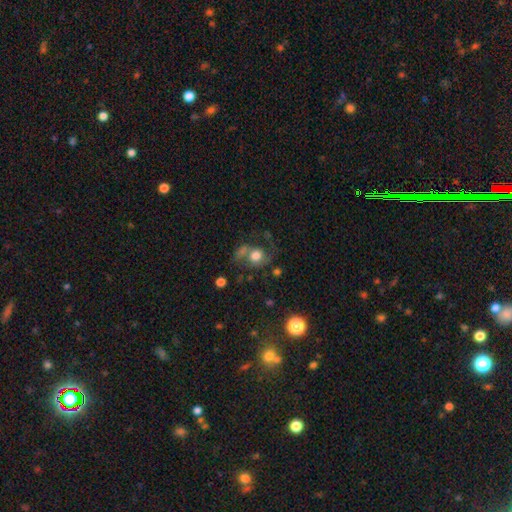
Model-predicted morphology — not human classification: smooth-or-featured: smooth: 49% | featured or disk: 40% | star or artifact: 11%
  merging: none: 40% | major disturbance: 23% | merger: 20% | minor disturbance: 18%